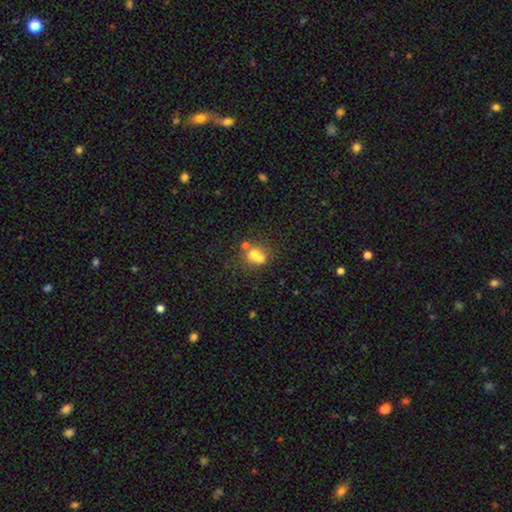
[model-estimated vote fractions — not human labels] This appears to be a smooth galaxy with no disk features (62%) that is round (69%). Merging: merger (56%).